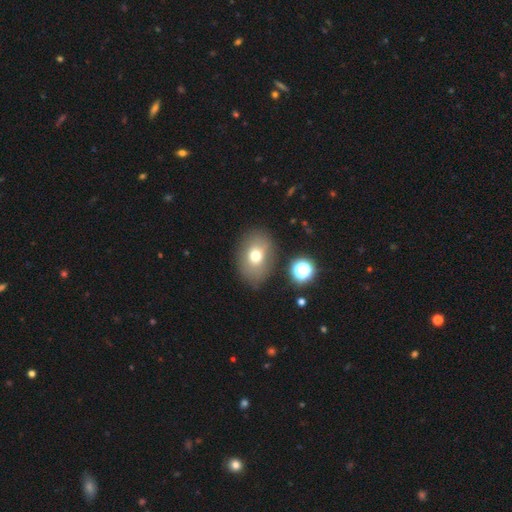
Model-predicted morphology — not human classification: A smooth galaxy with no disk features (70%) that is in between round and cigar-shaped (70%). Merging: none (76%).